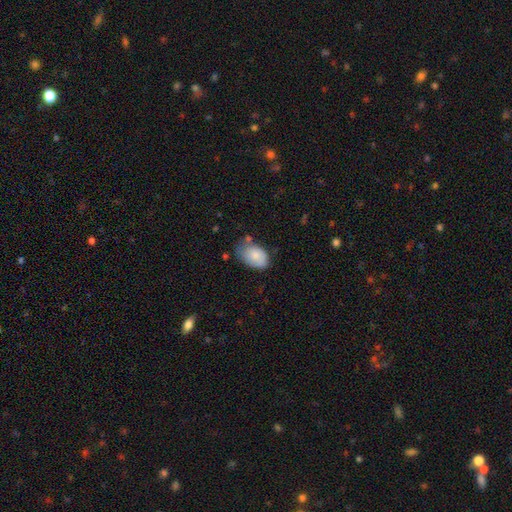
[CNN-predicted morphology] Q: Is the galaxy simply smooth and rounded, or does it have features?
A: smooth — 78%.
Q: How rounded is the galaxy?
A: in between — 86%.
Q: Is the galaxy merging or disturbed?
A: none — 50%.